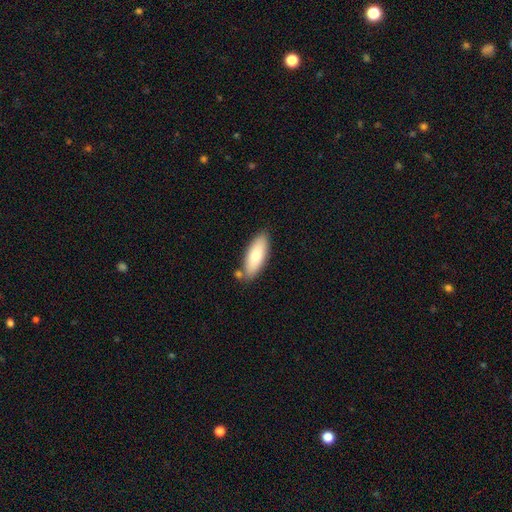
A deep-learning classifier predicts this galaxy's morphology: Smooth or featured: smooth — 83% (featured or disk — 12%)
How rounded: in between — 69% (cigar-shaped — 29%)
Merging: none — 78% (minor disturbance — 13%)